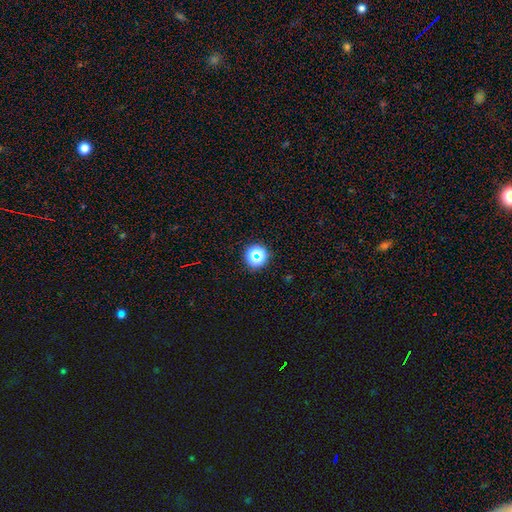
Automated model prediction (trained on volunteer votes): Morphology: type=star or artifact (53%).